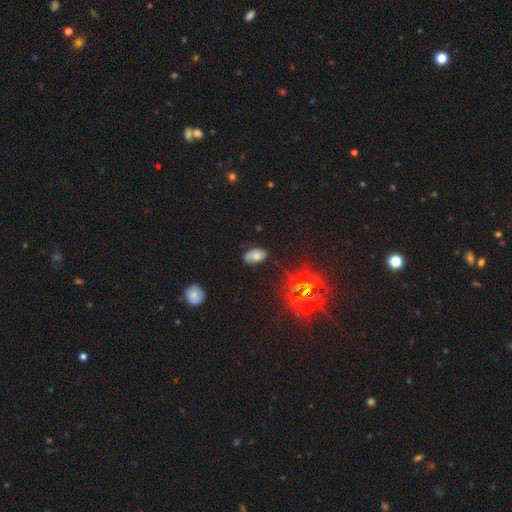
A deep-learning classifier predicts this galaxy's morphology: Q: Smooth or featured?
A: smooth (64%); runner-up: star or artifact (21%)
Q: How rounded?
A: in between (93%); runner-up: round (5%)
Q: Merging?
A: none (75%); runner-up: minor disturbance (18%)